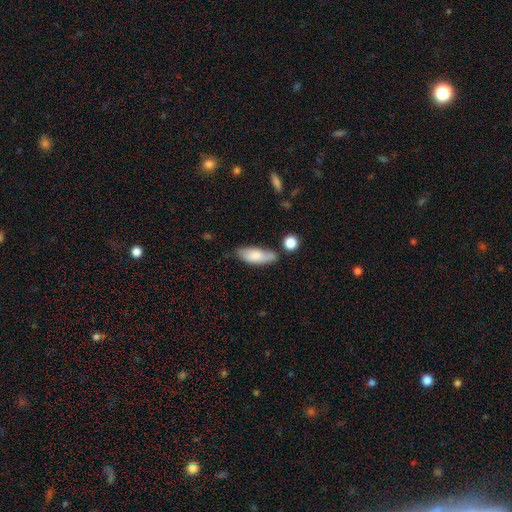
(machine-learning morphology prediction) Smooth or featured?
  - smooth: 76% *
  - featured or disk: 17%
  - star or artifact: 7%
How rounded?
  - in between: 71% *
  - cigar-shaped: 27%
  - round: 2%
Merging?
  - none: 56% *
  - minor disturbance: 25%
  - merger: 12%
  - major disturbance: 7%